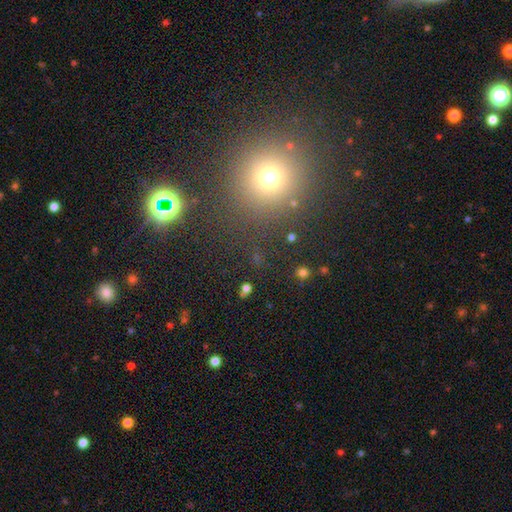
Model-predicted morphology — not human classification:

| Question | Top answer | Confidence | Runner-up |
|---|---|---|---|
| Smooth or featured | star or artifact | 49% | smooth (43%) |